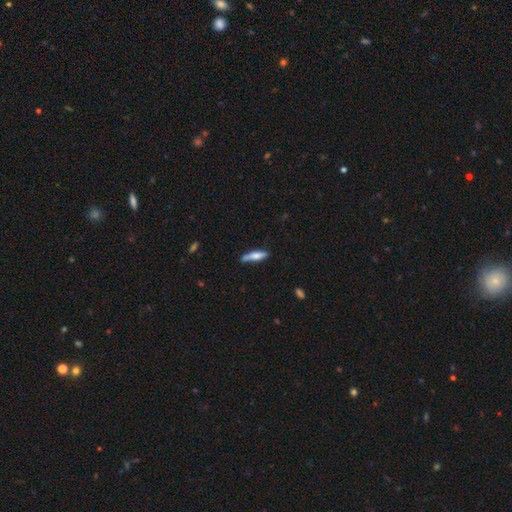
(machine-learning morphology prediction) smooth-or-featured: smooth: 65% | featured or disk: 30% | star or artifact: 6%
  how-rounded: cigar-shaped: 74% | in between: 24% | round: 2%
  merging: none: 68% | minor disturbance: 24% | major disturbance: 4% | merger: 4%